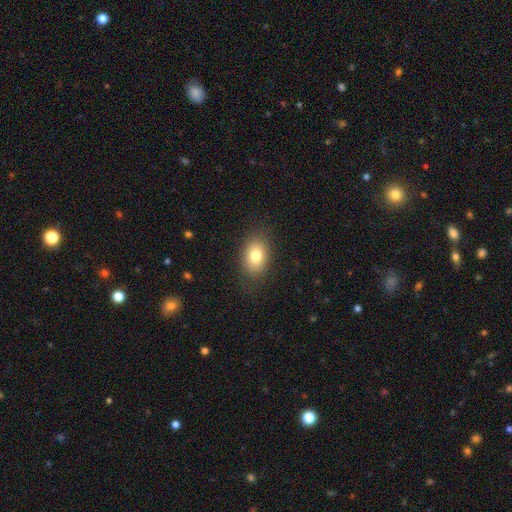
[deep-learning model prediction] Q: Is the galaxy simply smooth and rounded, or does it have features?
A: smooth — 80%.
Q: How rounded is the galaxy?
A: in between — 78%.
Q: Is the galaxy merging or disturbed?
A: none — 84%.